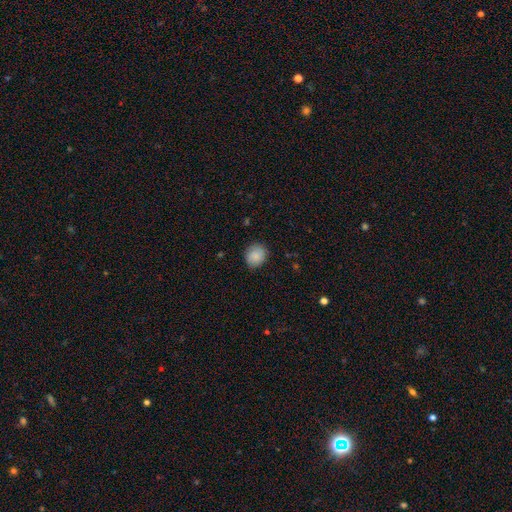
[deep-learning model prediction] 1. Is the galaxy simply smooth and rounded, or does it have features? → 87% smooth, 8% star or artifact, 6% featured or disk.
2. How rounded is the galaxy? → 79% round, 20% in between, 1% cigar-shaped.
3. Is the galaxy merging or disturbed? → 83% none, 13% minor disturbance, 3% major disturbance, 1% merger.